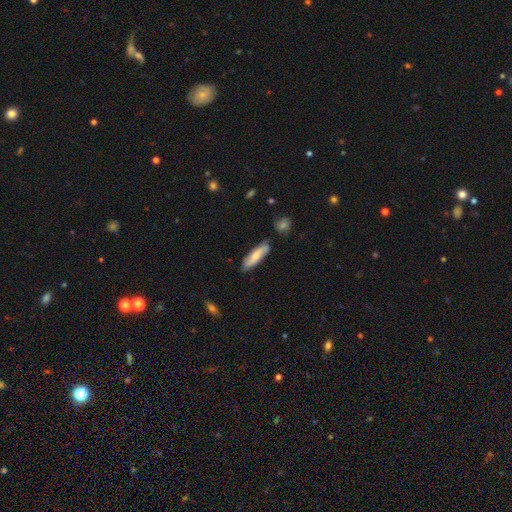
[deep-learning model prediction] Morphology: type=smooth (73%); roundness=cigar-shaped (65%); merging=none (78%).